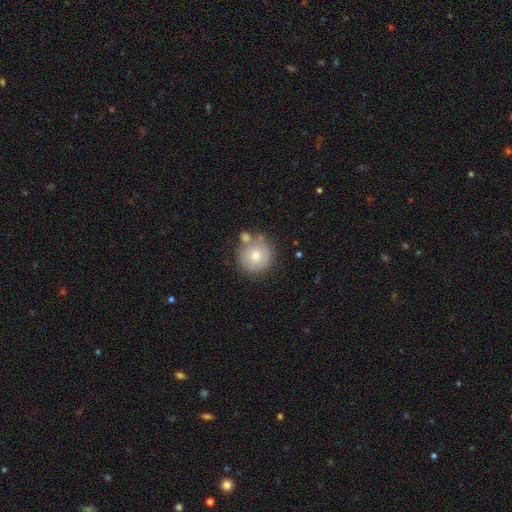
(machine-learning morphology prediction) This is likely a smooth galaxy (75%). How rounded: clearly round (94%). Merging: likely none (67%).